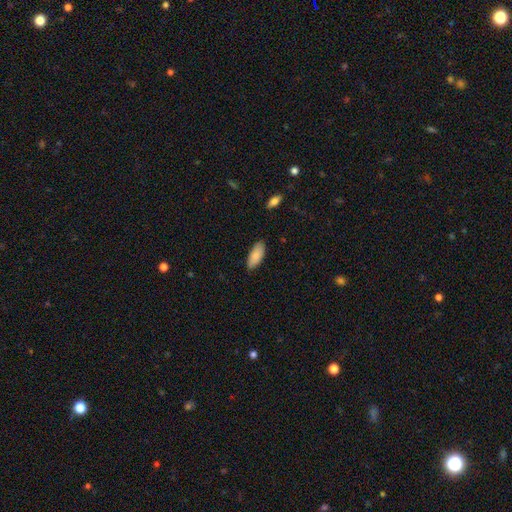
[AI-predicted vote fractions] This appears to be a smooth galaxy with no disk features (88%) that is in between round and cigar-shaped (83%). Merging: none (84%).